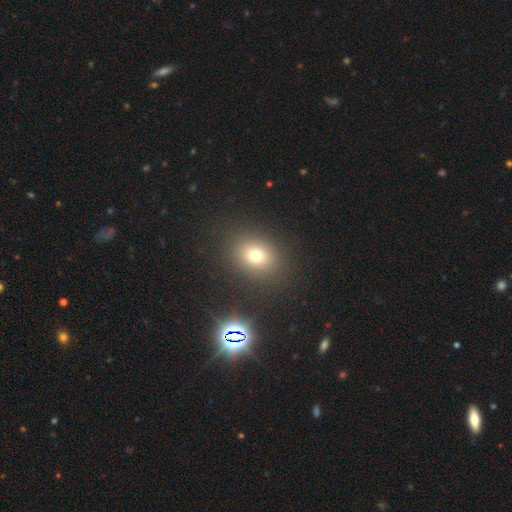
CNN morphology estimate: Smooth or featured: smooth — 72% (star or artifact — 18%)
How rounded: round — 55% (in between — 44%)
Merging: none — 85% (minor disturbance — 8%)